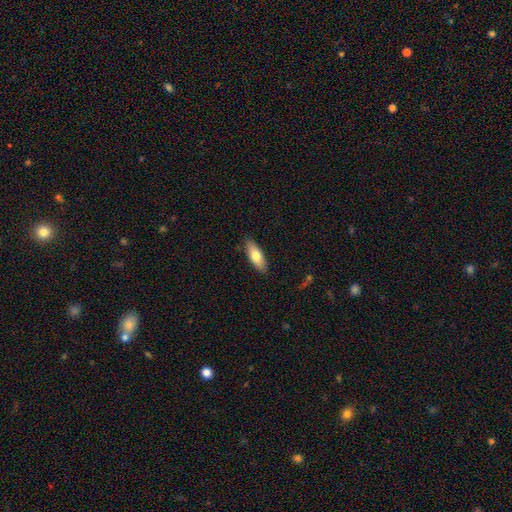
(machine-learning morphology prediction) Smooth or featured? smooth (73%)
How rounded? in between (65%)
Merging? none (87%)